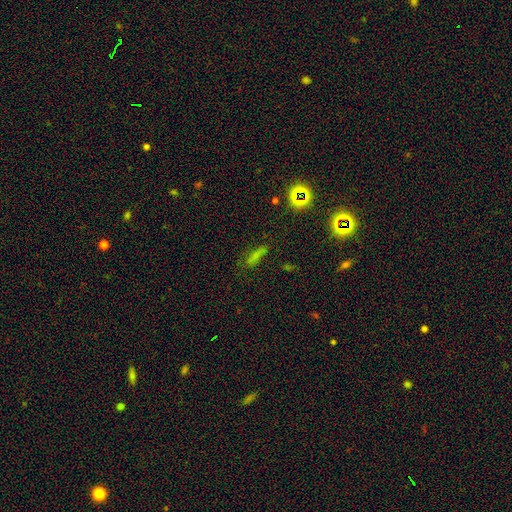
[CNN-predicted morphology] Smooth or featured? Predicted: smooth (p=0.64). How rounded? Predicted: cigar-shaped (p=0.66). Merging? Predicted: none (p=0.69).